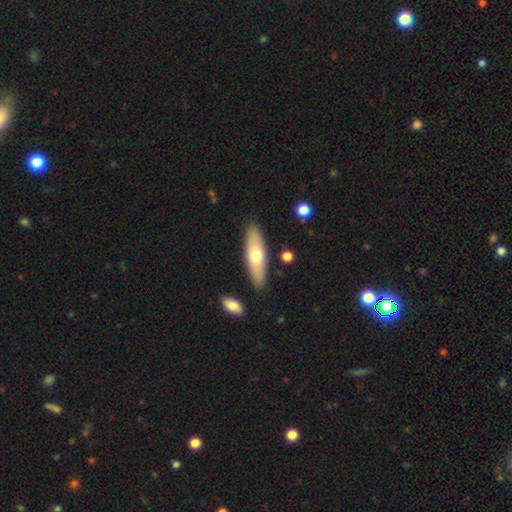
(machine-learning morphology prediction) type=smooth (63%); roundness=cigar-shaped (51%); merging=none (86%).